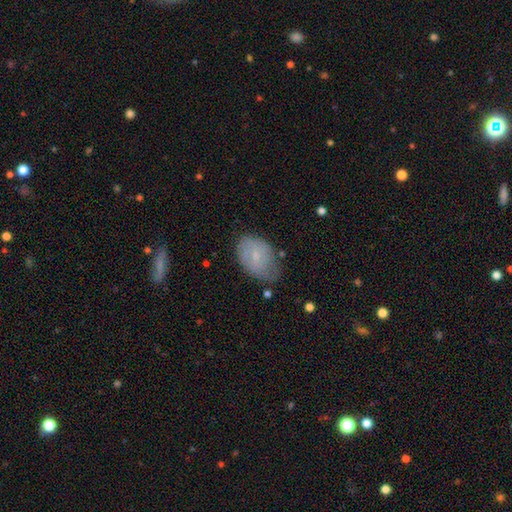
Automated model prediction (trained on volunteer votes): Smooth or featured? smooth (55%)
How rounded? in between (84%)
Merging? none (57%)